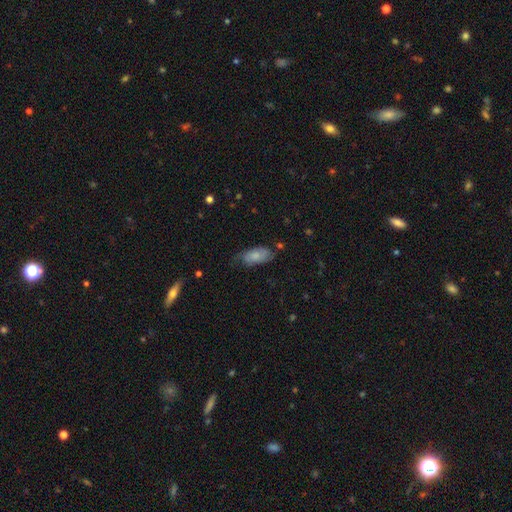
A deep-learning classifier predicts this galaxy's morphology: A smooth galaxy with no disk features (70%) that is in between round and cigar-shaped (89%). Merging: none (55%).